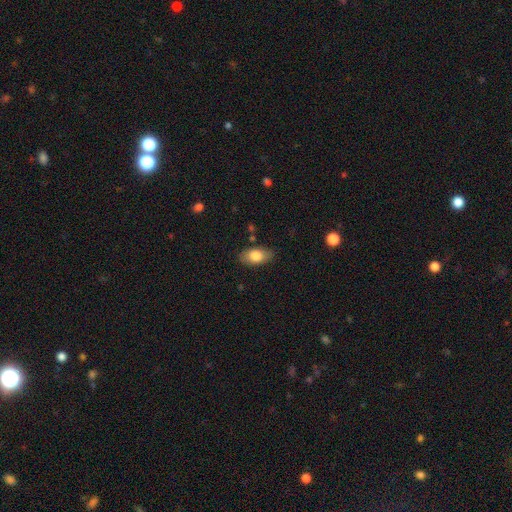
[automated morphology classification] Smooth or featured: smooth — 80% (featured or disk — 13%)
How rounded: in between — 92% (round — 5%)
Merging: none — 82% (minor disturbance — 13%)